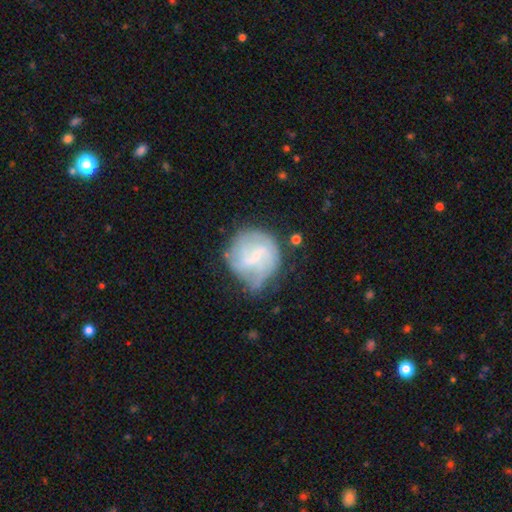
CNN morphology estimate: A featured or disk galaxy (59%) with a weak bar (56%), spiral arms (67%) and a small central bulge (55%).

Vote fractions:
- Smooth or featured? featured or disk: 59% / smooth: 33% / star or artifact: 8%
- Edge-on disk? no: 98% / yes: 2%
- Bar? weak: 56% / no: 23% / strong: 21%
- Spiral arms? yes: 67% / no: 33%
- Bulge size? small: 55% / none: 23% / moderate: 19% / large: 2% / dominant: 1%
- Merging? none: 43% / minor disturbance: 31% / major disturbance: 21% / merger: 5%